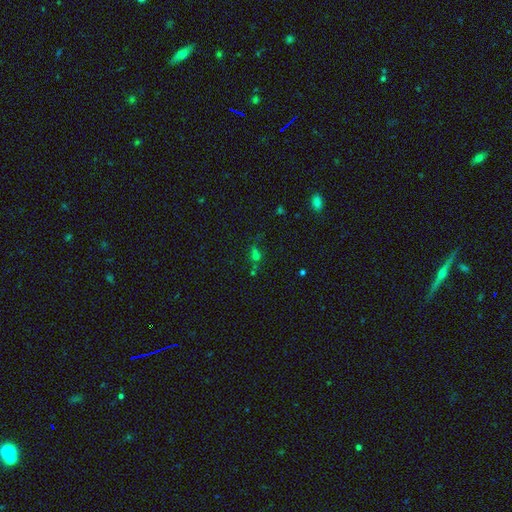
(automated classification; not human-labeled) Smooth or featured: smooth — 44% (star or artifact — 41%)
Merging: none — 51% (merger — 20%)